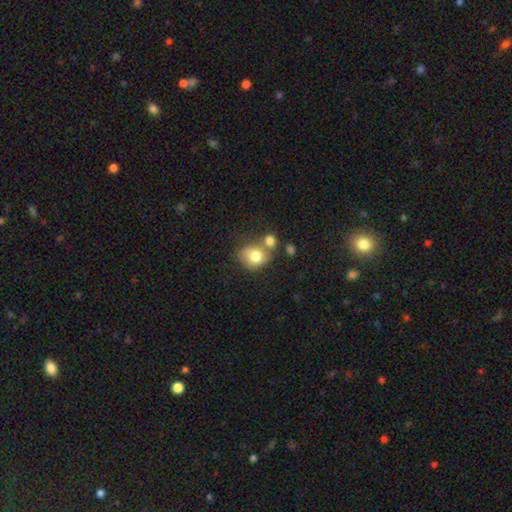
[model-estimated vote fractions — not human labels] smooth-or-featured: smooth: 76% | featured or disk: 15% | star or artifact: 9%
  how-rounded: round: 64% | in between: 35% | cigar-shaped: 1%
  merging: none: 41% | merger: 35% | minor disturbance: 16% | major disturbance: 8%